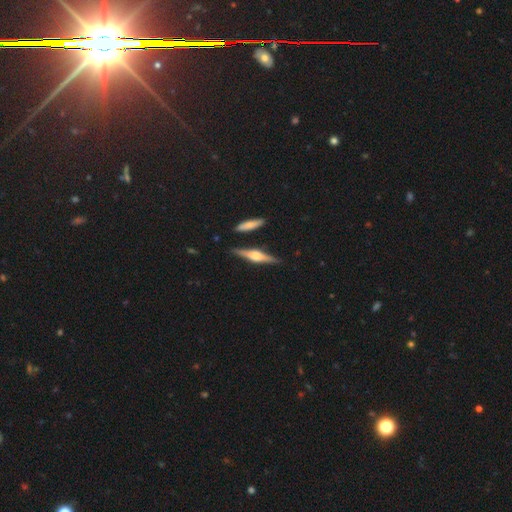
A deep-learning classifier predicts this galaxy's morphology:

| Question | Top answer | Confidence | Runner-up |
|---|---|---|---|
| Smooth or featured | featured or disk | 75% | smooth (20%) |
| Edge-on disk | yes | 97% | no (3%) |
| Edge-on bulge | rounded | 87% | boxy (10%) |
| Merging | none | 85% | minor disturbance (9%) |